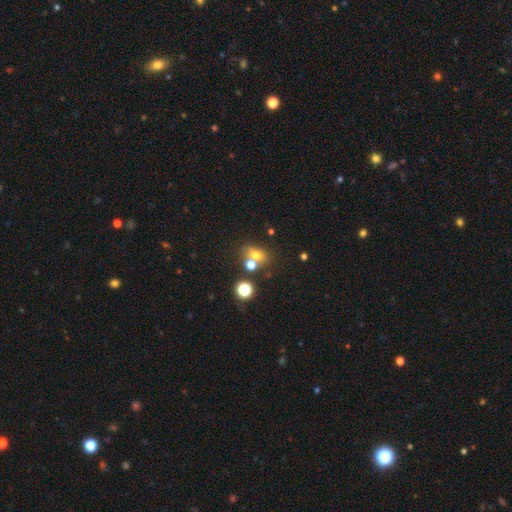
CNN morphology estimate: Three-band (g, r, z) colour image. It shows a smooth galaxy with no disk features (66%) that is in between round and cigar-shaped (52%). Merging: none (50%).